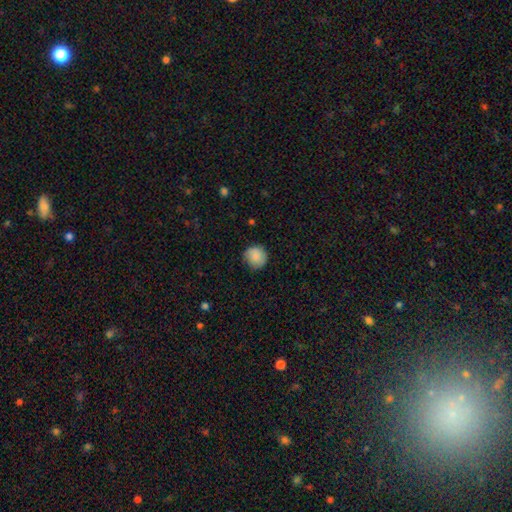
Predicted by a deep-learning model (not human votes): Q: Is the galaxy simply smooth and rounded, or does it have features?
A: smooth — 86%.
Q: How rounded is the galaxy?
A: round — 89%.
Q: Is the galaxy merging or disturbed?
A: none — 76%.